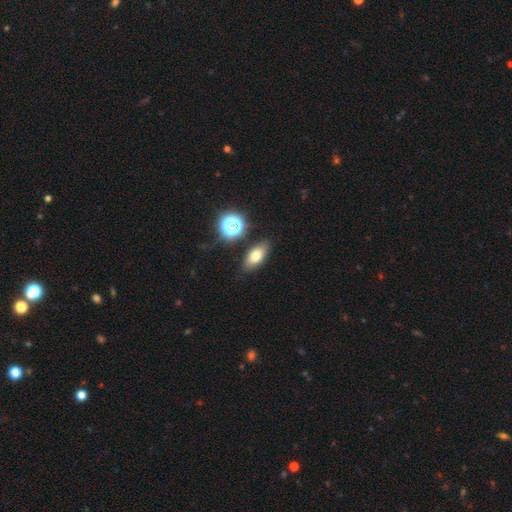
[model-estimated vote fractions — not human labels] Smooth or featured? Predicted: smooth (p=0.72). How rounded? Predicted: in between (p=0.80). Merging? Predicted: none (p=0.83).